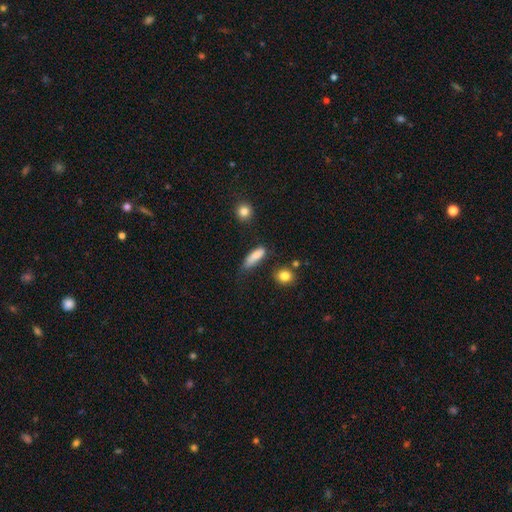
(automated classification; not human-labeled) Smooth or featured? smooth (80%)
How rounded? cigar-shaped (50%)
Merging? none (54%)